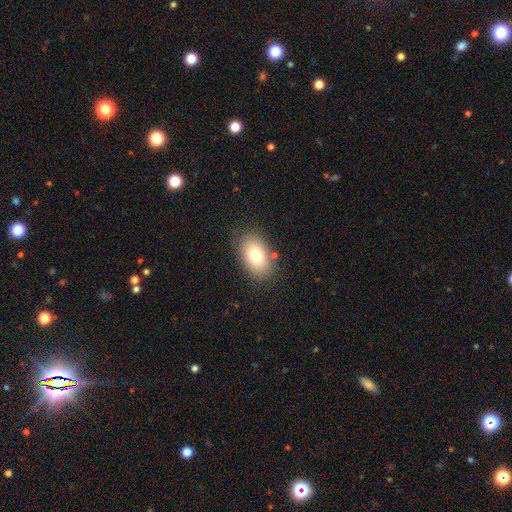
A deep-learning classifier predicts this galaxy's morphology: Smooth or featured?
  - smooth: 77% *
  - featured or disk: 14%
  - star or artifact: 9%
How rounded?
  - in between: 87% *
  - round: 12%
  - cigar-shaped: 1%
Merging?
  - none: 83% *
  - minor disturbance: 12%
  - major disturbance: 3%
  - merger: 2%